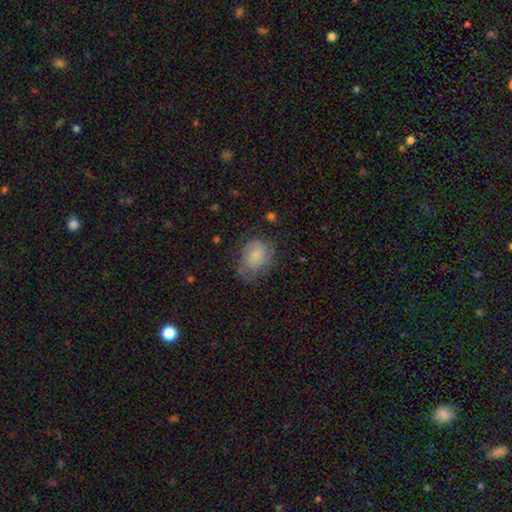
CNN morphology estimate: smooth-or-featured: smooth: 66% | featured or disk: 26% | star or artifact: 8%
  how-rounded: in between: 61% | round: 38% | cigar-shaped: 1%
  merging: none: 52% | minor disturbance: 30% | major disturbance: 16% | merger: 2%